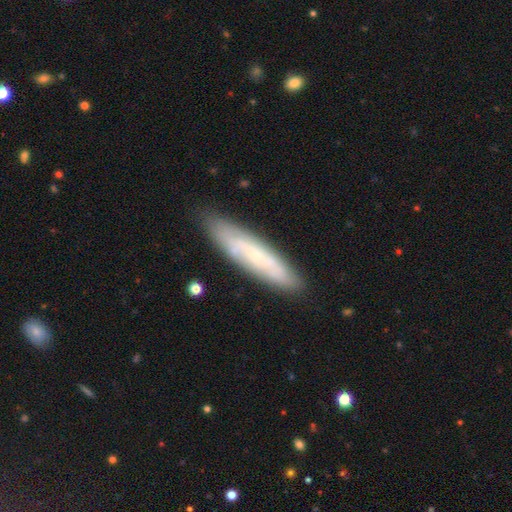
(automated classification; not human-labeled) This is possibly a featured or disk galaxy (52%). It is possibly not viewed edge-on (55%). Merging: clearly none (83%).